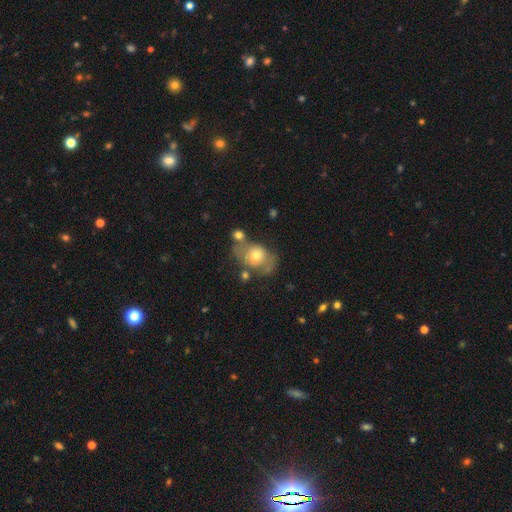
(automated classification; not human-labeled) smooth-or-featured: smooth: 55% | featured or disk: 36% | star or artifact: 9%
  how-rounded: in between: 54% | round: 45% | cigar-shaped: 1%
  merging: none: 46% | minor disturbance: 22% | merger: 18% | major disturbance: 15%